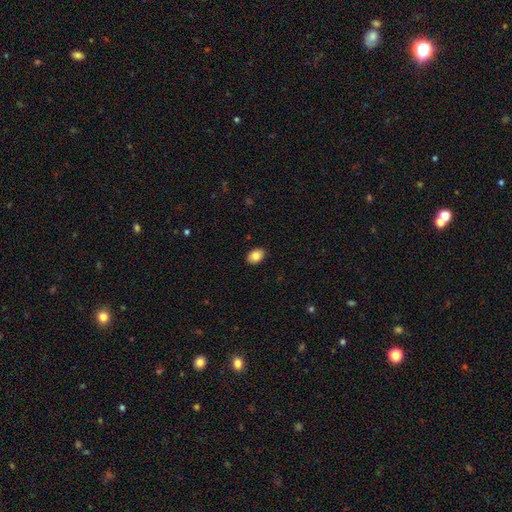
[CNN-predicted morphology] type=smooth (84%); roundness=in between (80%); merging=none (90%).